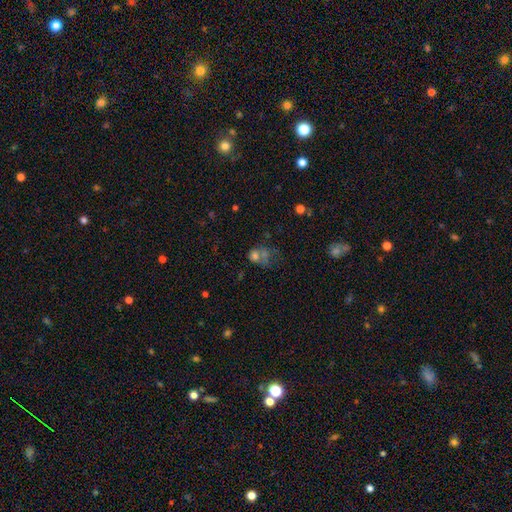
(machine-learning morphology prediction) Smooth or featured? Predicted: smooth (p=0.59). How rounded? Predicted: round (p=0.53). Merging? Predicted: merger (p=0.41).